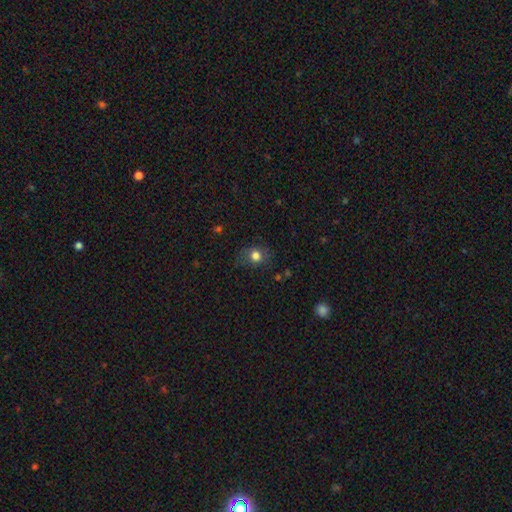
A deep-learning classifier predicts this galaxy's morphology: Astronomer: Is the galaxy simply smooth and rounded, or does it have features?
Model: smooth — 78%.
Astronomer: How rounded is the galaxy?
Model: round — 58% (runner-up: in between, 40%).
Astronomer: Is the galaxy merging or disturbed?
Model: none — 72%.